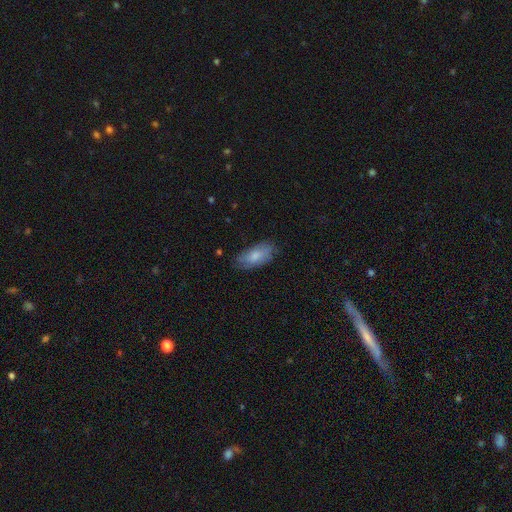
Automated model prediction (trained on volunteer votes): smooth 75%, featured or disk 19%, star or artifact 6%. Down the decision tree: how rounded — in between (89%); merging — none (72%).